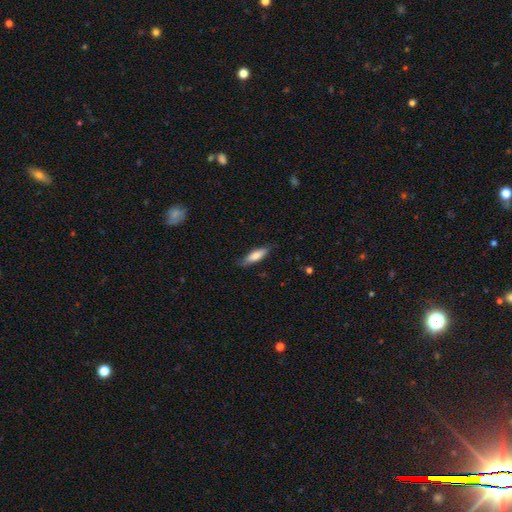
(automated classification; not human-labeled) Morphology: type=smooth (74%); roundness=cigar-shaped (58%); merging=none (78%).